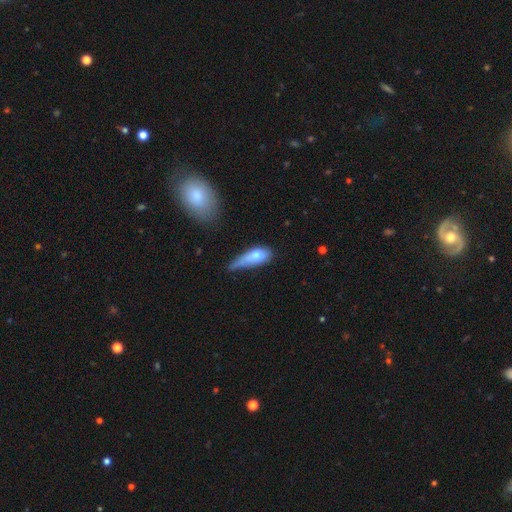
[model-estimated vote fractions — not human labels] smooth-or-featured: smooth: 70% | featured or disk: 22% | star or artifact: 8%
  how-rounded: in between: 69% | cigar-shaped: 26% | round: 5%
  merging: minor disturbance: 38% | major disturbance: 30% | none: 22% | merger: 9%